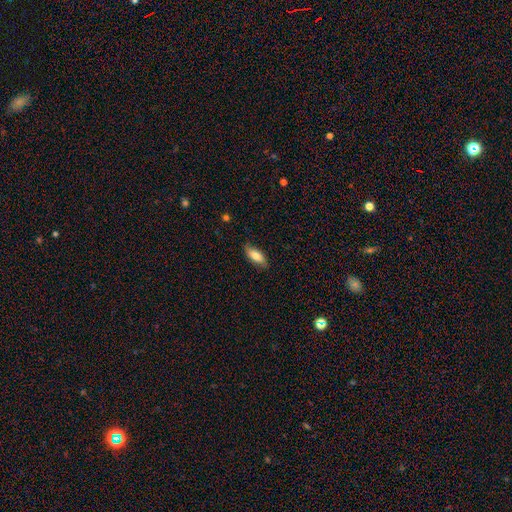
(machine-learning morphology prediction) Q: Smooth or featured?
A: smooth (78%); runner-up: featured or disk (15%)
Q: How rounded?
A: in between (81%); runner-up: cigar-shaped (17%)
Q: Merging?
A: none (80%); runner-up: minor disturbance (16%)